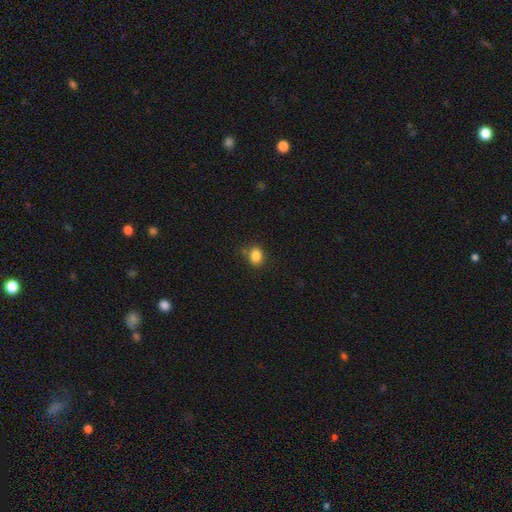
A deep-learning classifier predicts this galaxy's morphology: type=smooth (85%); roundness=in between (52%); merging=none (77%).